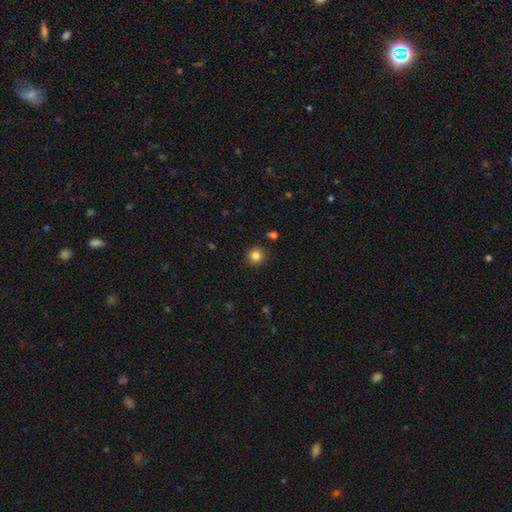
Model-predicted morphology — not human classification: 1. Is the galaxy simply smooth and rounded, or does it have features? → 84% smooth, 12% star or artifact, 5% featured or disk.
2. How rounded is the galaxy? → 94% round, 5% in between, 1% cigar-shaped.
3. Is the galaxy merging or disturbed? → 90% none, 6% minor disturbance, 2% major disturbance, 2% merger.